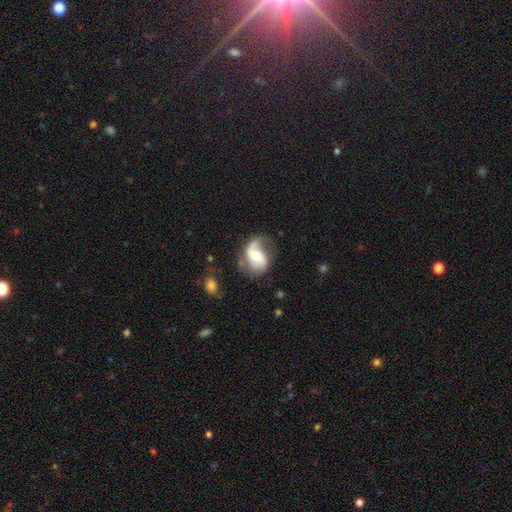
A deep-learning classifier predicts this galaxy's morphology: featured or disk 74%, smooth 20%, star or artifact 6%. Down the decision tree: edge-on disk — no (97%); bar — no (53%); spiral arms — yes (91%); spiral arm count — 2 (68%); spiral winding — loose (44%); bulge size — moderate (61%); merging — none (52%).